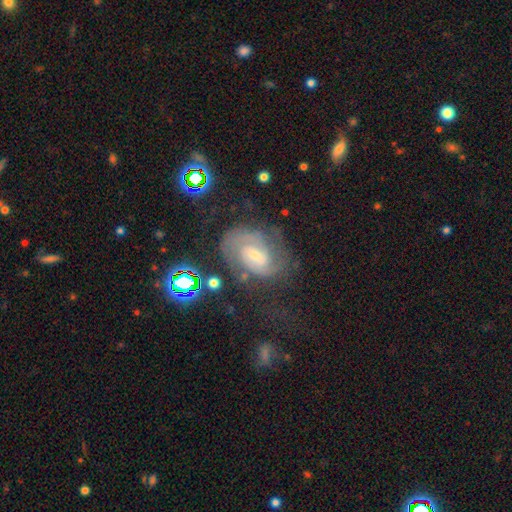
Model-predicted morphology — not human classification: smooth_or_featured: featured or disk (p=0.79) [alt: smooth p=0.12]
disk_edge_on: no (p=0.97) [alt: yes p=0.03]
bar: weak (p=0.54) [alt: no p=0.32]
has_spiral_arms: yes (p=0.94) [alt: no p=0.06]
spiral_winding: tight (p=0.52) [alt: medium p=0.37]
spiral_arm_count: 2 (p=0.56) [alt: can't tell p=0.24]
bulge_size: small (p=0.60) [alt: moderate p=0.32]
merging: none (p=0.62) [alt: minor disturbance p=0.19]